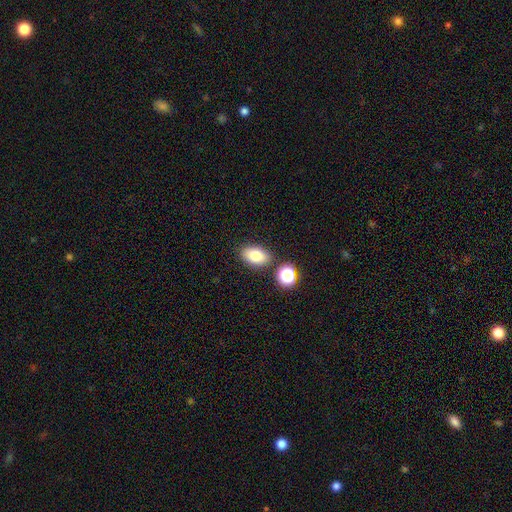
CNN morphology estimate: This appears to be a smooth galaxy with no disk features (82%) that is in between round and cigar-shaped (87%). Merging: none (79%).